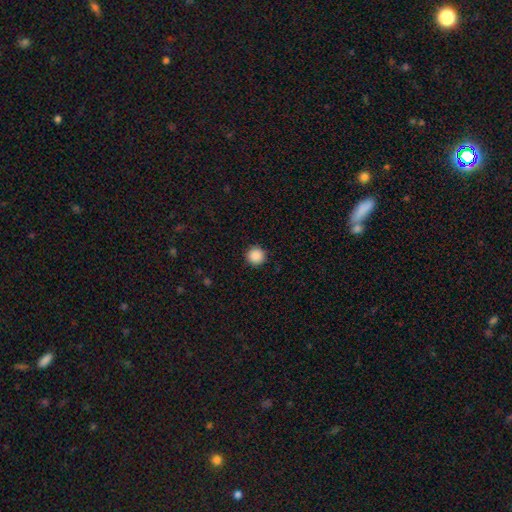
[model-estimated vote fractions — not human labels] Morphology: type=smooth (89%); roundness=round (96%); merging=none (92%).